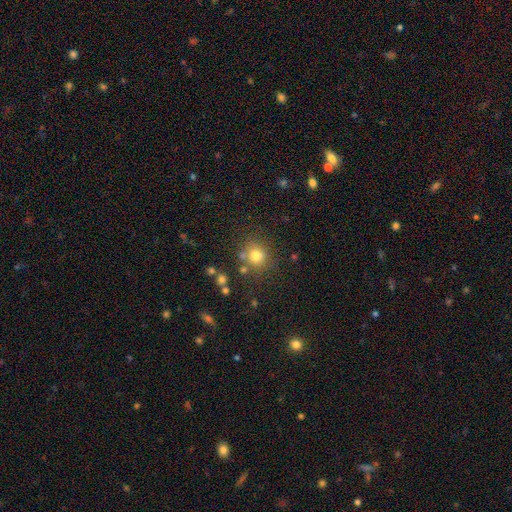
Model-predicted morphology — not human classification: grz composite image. It shows a smooth galaxy with no disk features (76%) that is round (85%). Merging: none (74%).